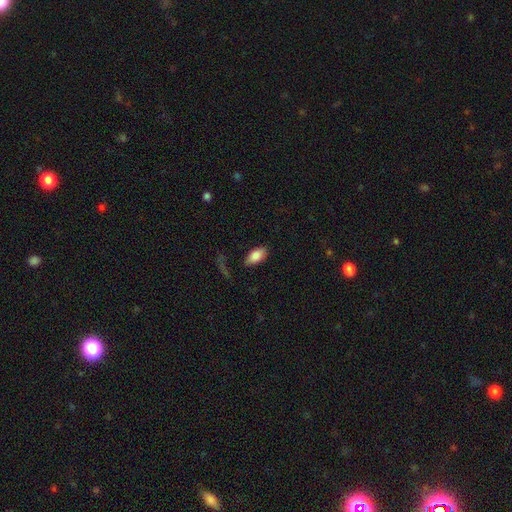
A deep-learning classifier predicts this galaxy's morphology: smooth-or-featured: smooth: 84% | featured or disk: 9% | star or artifact: 7%
  how-rounded: in between: 93% | cigar-shaped: 5% | round: 3%
  merging: none: 80% | minor disturbance: 13% | major disturbance: 4% | merger: 2%